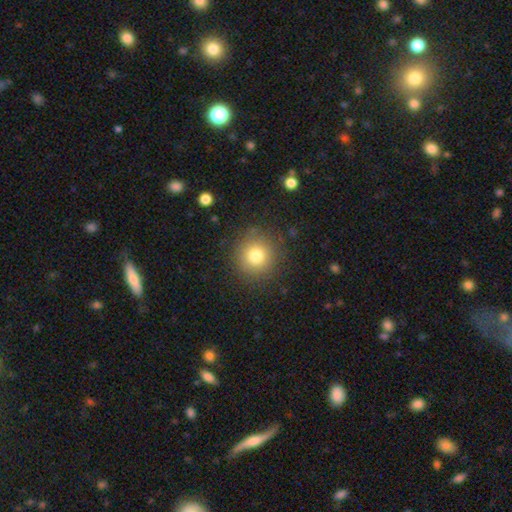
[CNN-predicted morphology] smooth 79%, star or artifact 12%, featured or disk 9%. Down the decision tree: how rounded — round (93%); merging — none (87%).